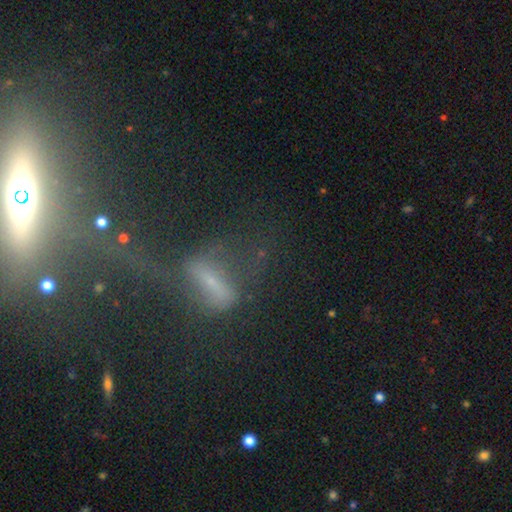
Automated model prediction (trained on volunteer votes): Smooth or featured? featured or disk (37%)
Merging? none (40%)